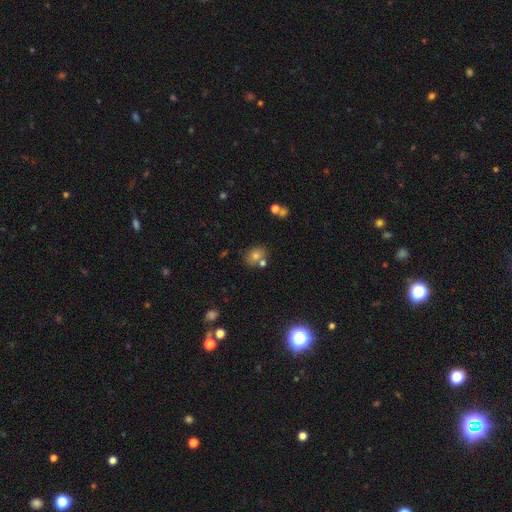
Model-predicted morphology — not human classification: The model was most divided on "how rounded": in between: 53%, round: 46%, cigar-shaped: 1%. More confident: smooth or featured — smooth (73%); merging — none (66%).